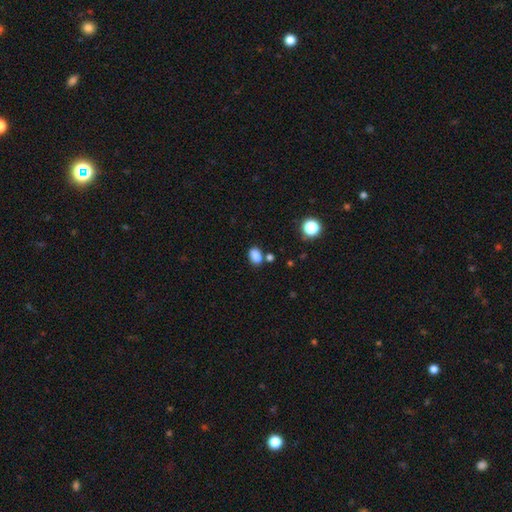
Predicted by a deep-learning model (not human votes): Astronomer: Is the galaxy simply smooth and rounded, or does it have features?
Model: smooth — 84%.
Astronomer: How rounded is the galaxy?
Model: in between — 77%.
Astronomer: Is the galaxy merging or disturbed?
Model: none — 69%.